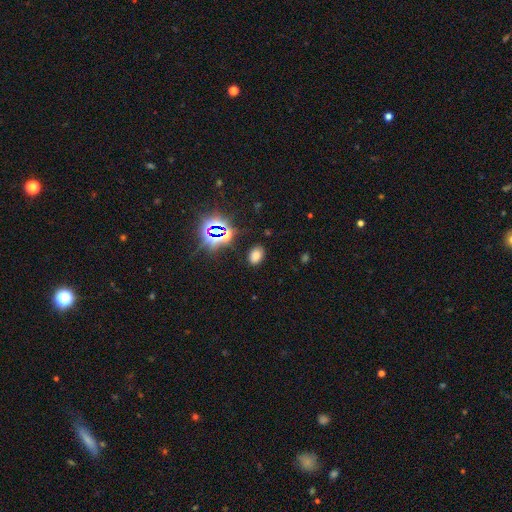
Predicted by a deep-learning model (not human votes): smooth-or-featured: smooth: 68% | star or artifact: 25% | featured or disk: 6%
  how-rounded: in between: 82% | round: 16% | cigar-shaped: 1%
  merging: none: 84% | minor disturbance: 10% | major disturbance: 4% | merger: 2%